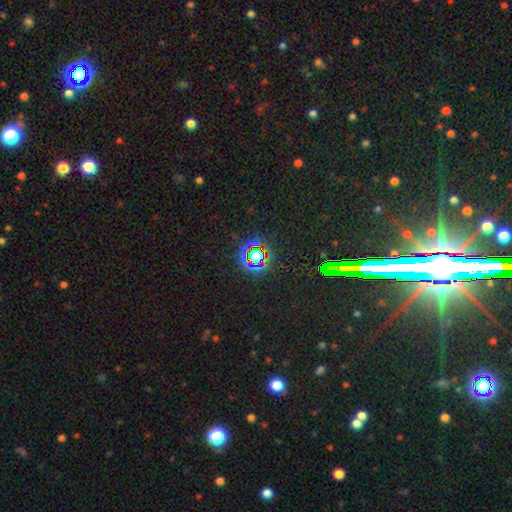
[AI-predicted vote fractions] Smooth or featured: star or artifact — 73% (smooth — 17%)